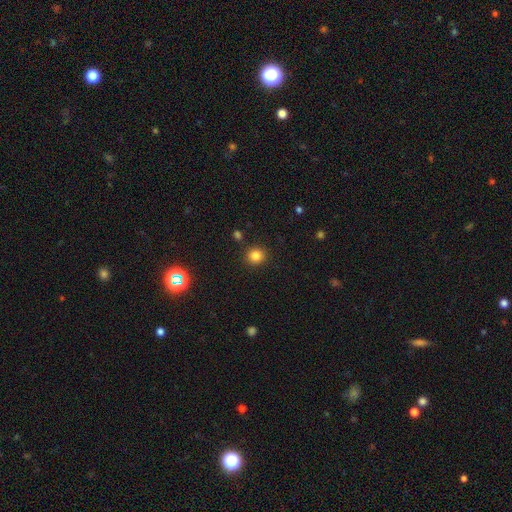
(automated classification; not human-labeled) smooth 82%, star or artifact 13%, featured or disk 5%. Down the decision tree: how rounded — round (90%); merging — none (89%).